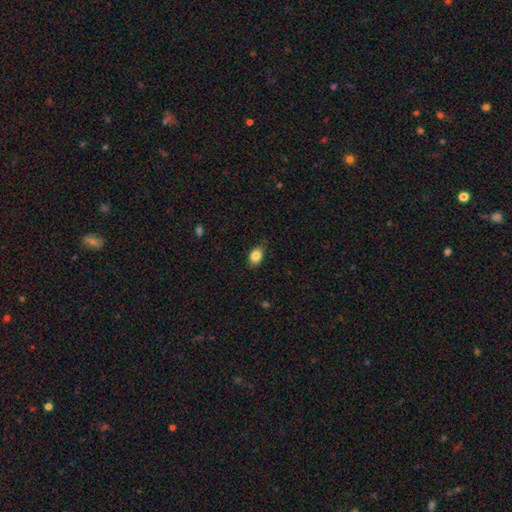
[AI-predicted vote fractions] A smooth galaxy with no disk features (85%) that is in between round and cigar-shaped (74%). Merging: none (73%).